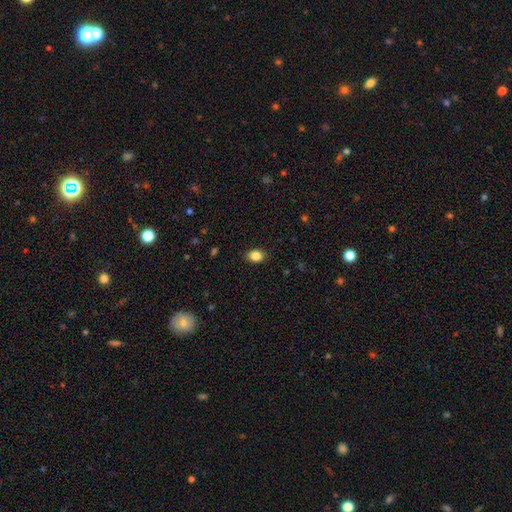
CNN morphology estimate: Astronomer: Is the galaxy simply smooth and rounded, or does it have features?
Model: smooth — 86%.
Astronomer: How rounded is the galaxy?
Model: in between — 65%.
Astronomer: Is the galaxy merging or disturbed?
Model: none — 89%.